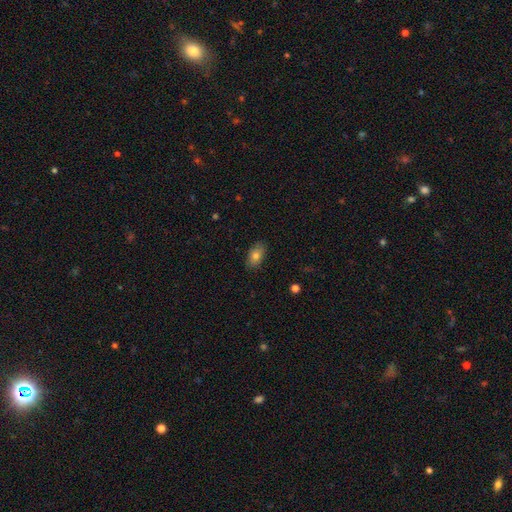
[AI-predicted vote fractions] This is likely a smooth galaxy (78%). How rounded: clearly in between (89%). Merging: clearly none (84%).